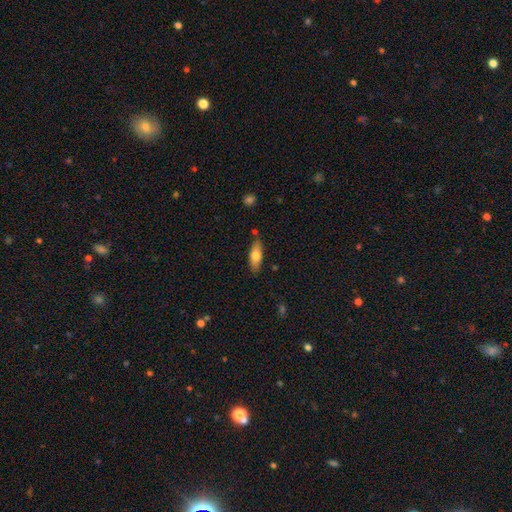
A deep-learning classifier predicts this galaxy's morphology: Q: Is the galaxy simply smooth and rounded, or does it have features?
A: smooth — 70%.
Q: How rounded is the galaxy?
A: in between — 65%.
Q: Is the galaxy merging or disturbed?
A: none — 78%.